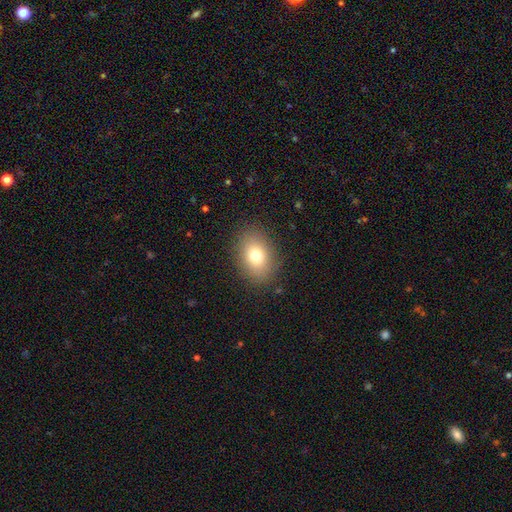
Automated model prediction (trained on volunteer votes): Smooth or featured? smooth (76%)
How rounded? in between (71%)
Merging? none (87%)